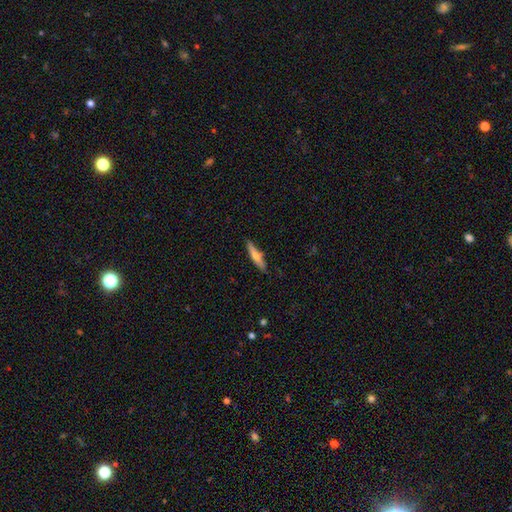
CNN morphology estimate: Smooth or featured: smooth — 52% (featured or disk — 42%)
How rounded: cigar-shaped — 88% (in between — 10%)
Merging: none — 87% (minor disturbance — 10%)